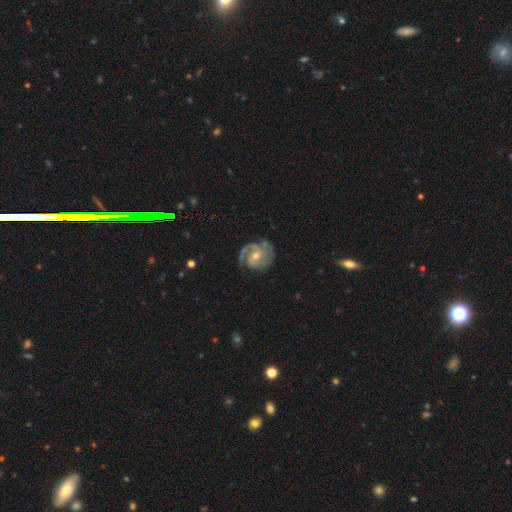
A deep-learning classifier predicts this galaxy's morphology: Q: Smooth or featured?
A: featured or disk (87%); runner-up: smooth (7%)
Q: Edge-on disk?
A: no (98%); runner-up: yes (2%)
Q: Bar?
A: no (52%); runner-up: weak (38%)
Q: Spiral arms?
A: yes (97%); runner-up: no (3%)
Q: Spiral winding?
A: tight (51%); runner-up: medium (40%)
Q: Spiral arm count?
A: 2 (49%); runner-up: 3 (24%)
Q: Bulge size?
A: small (55%); runner-up: moderate (42%)
Q: Merging?
A: none (72%); runner-up: minor disturbance (18%)